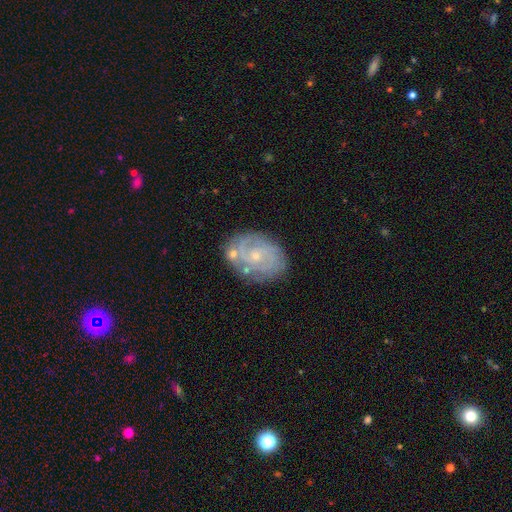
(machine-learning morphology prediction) This is likely a featured or disk galaxy (75%). It is clearly not viewed edge-on (97%). Bar: likely no (75%). Spiral arm pattern: clearly yes (86%). Spiral arm count: marginally can't tell (38%). Spiral winding: possibly tight (58%). Central bulge: likely small (78%). Merging: likely none (72%).